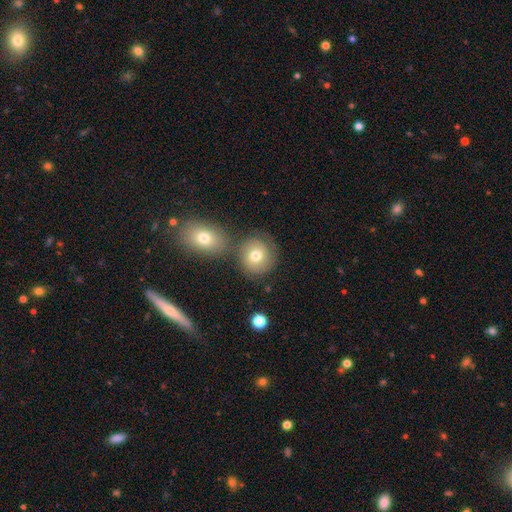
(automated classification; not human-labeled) Smooth or featured? Predicted: smooth (p=0.66). How rounded? Predicted: round (p=0.82). Merging? Predicted: none (p=0.64).